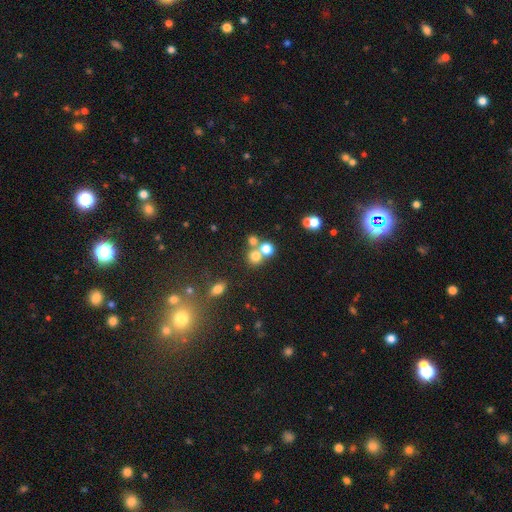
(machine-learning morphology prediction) Smooth or featured: smooth — 70% (star or artifact — 18%)
How rounded: round — 86% (in between — 13%)
Merging: none — 51% (merger — 39%)